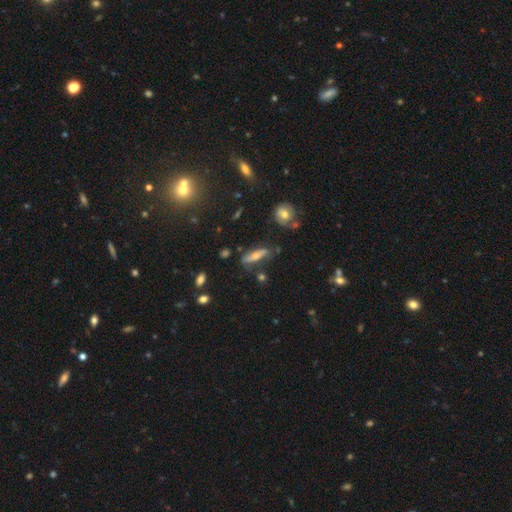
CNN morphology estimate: featured or disk 50%, smooth 41%, star or artifact 10%. Down the decision tree: merging — none (65%).